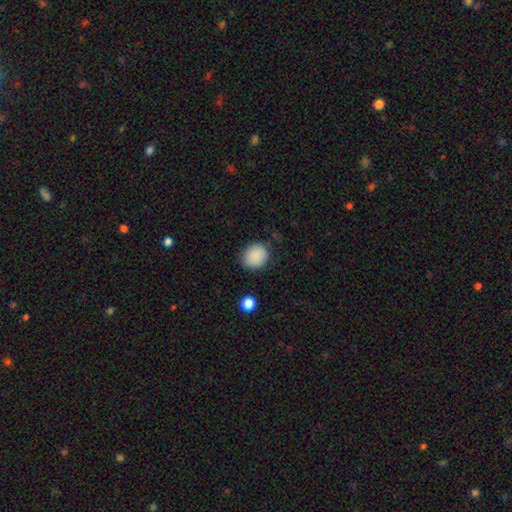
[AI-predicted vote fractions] This is clearly a smooth galaxy (88%). How rounded: likely round (72%). Merging: clearly none (81%).